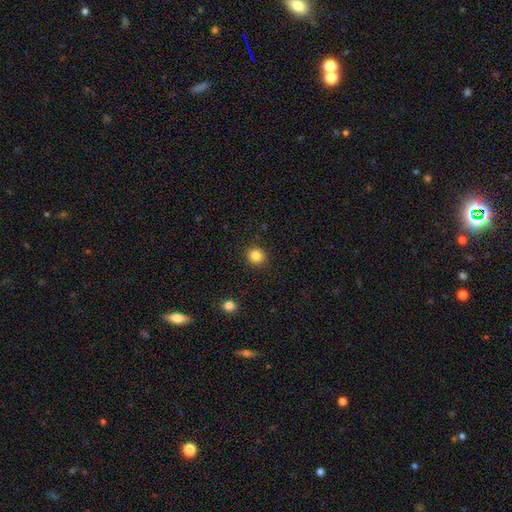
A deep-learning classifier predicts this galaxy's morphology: This is clearly a smooth galaxy (84%). How rounded: clearly round (91%). Merging: clearly none (91%).